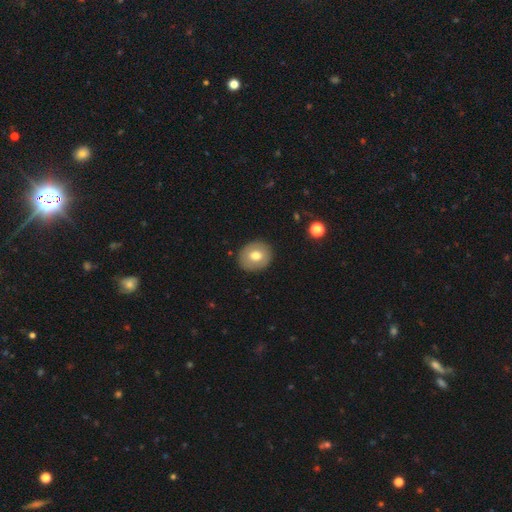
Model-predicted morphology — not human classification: smooth_or_featured: smooth (p=0.72) [alt: featured or disk p=0.21]
how_rounded: round (p=0.73) [alt: in between p=0.26]
merging: none (p=0.89) [alt: minor disturbance p=0.08]